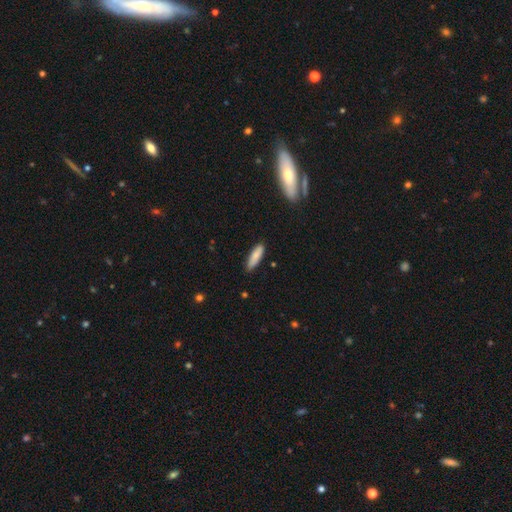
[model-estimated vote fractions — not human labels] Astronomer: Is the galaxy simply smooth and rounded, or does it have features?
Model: smooth — 84%.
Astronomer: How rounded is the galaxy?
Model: cigar-shaped — 61% (runner-up: in between, 38%).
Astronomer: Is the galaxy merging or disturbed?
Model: none — 84%.